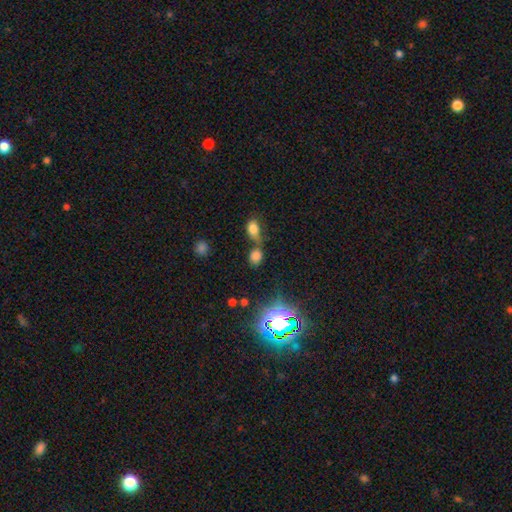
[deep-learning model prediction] smooth 68%, star or artifact 25%, featured or disk 8%. Down the decision tree: how rounded — in between (49%); merging — none (44%).